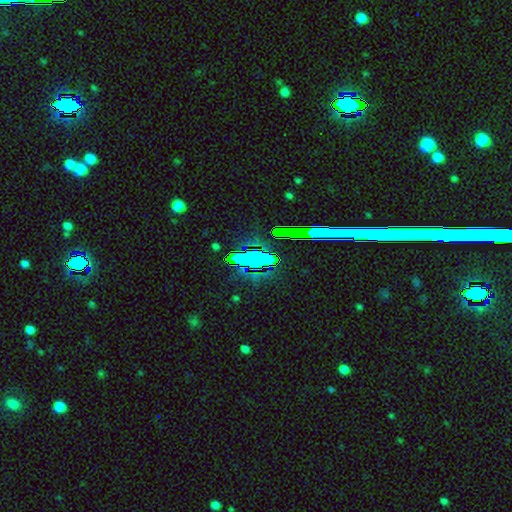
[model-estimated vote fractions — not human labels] Smooth or featured? Predicted: star or artifact (p=0.67).